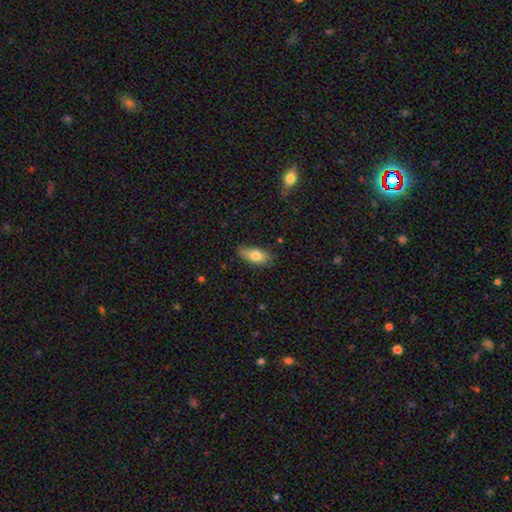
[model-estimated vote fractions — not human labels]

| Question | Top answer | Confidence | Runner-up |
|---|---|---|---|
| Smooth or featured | smooth | 75% | featured or disk (18%) |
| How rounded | in between | 83% | cigar-shaped (14%) |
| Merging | none | 77% | minor disturbance (18%) |